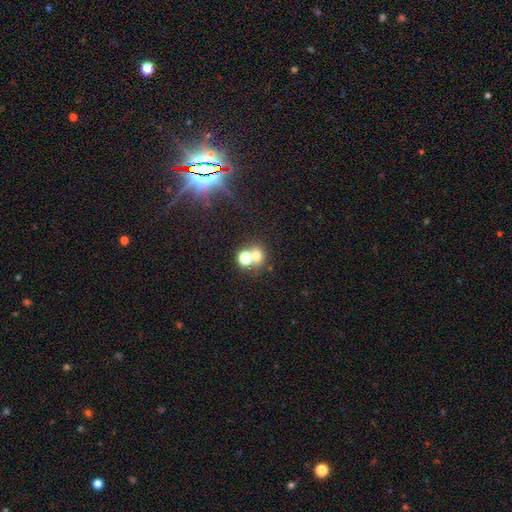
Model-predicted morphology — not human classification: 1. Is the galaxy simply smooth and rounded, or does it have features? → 65% smooth, 22% star or artifact, 13% featured or disk.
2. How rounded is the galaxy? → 71% round, 28% in between, 1% cigar-shaped.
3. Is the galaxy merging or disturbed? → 45% none, 44% merger, 7% minor disturbance, 4% major disturbance.